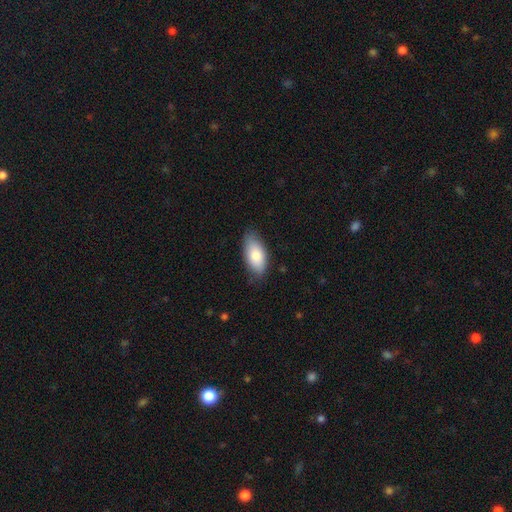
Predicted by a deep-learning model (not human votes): Q: Smooth or featured?
A: smooth (82%); runner-up: featured or disk (12%)
Q: How rounded?
A: in between (92%); runner-up: cigar-shaped (6%)
Q: Merging?
A: none (78%); runner-up: minor disturbance (18%)